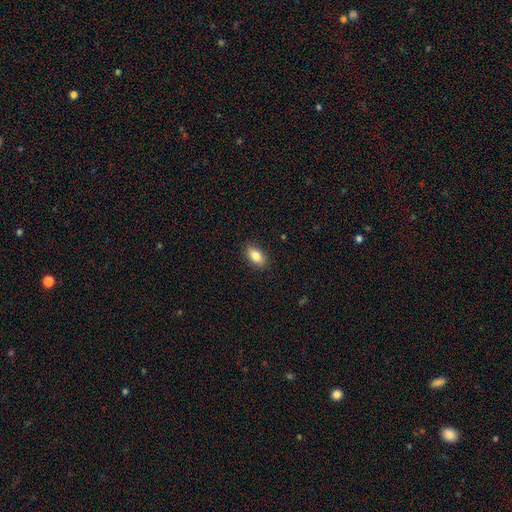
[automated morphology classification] This appears to be a smooth galaxy with no disk features (82%) that is in between round and cigar-shaped (88%). Merging: none (88%).